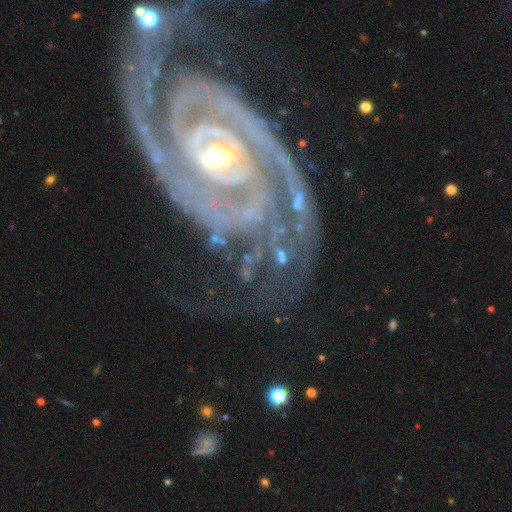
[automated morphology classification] type=featured or disk (93%); edge-on=no (97%); bar=no (41%); spiral arms=yes (98%); winding=tight (70%); arm count=2 (64%); bulge=moderate (50%); merging=none (64%).